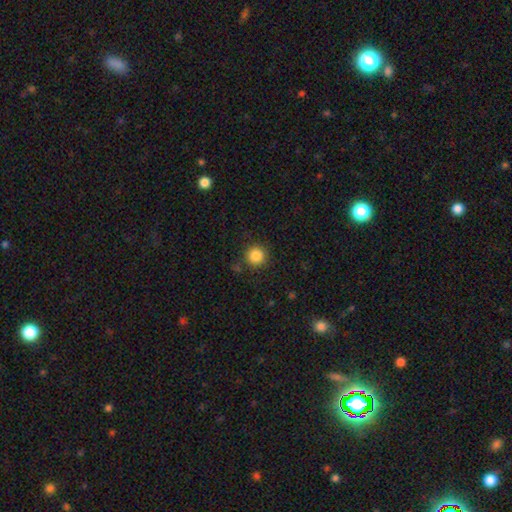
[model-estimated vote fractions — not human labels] Morphology: type=smooth (86%); roundness=round (94%); merging=none (85%).